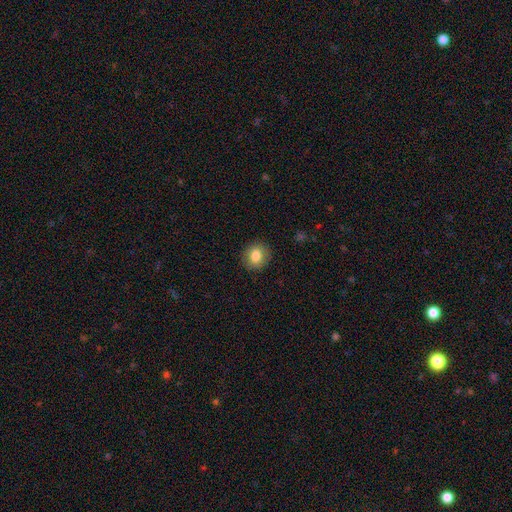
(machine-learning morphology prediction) Smooth or featured?
  - smooth: 82% *
  - star or artifact: 9%
  - featured or disk: 9%
How rounded?
  - round: 80% *
  - in between: 19%
  - cigar-shaped: 1%
Merging?
  - none: 89% *
  - minor disturbance: 7%
  - major disturbance: 2%
  - merger: 1%